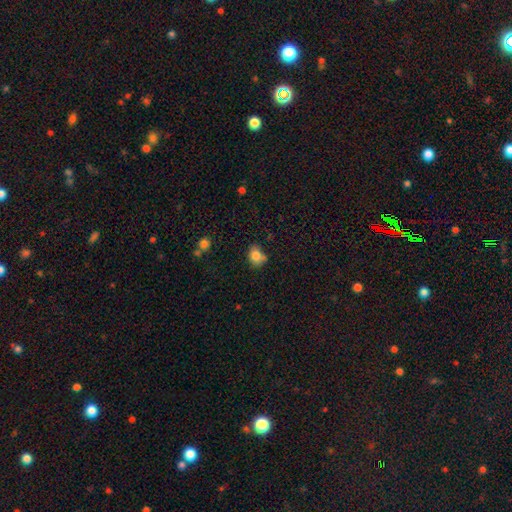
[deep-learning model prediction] The model was most divided on "how rounded": in between: 51%, round: 48%, cigar-shaped: 1%. More confident: smooth or featured — smooth (82%); merging — none (57%).